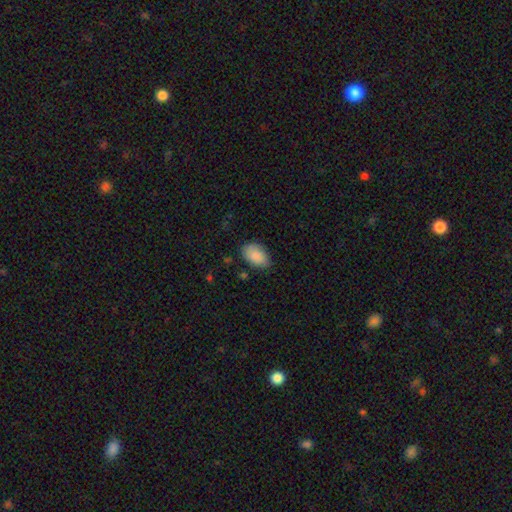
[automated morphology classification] smooth-or-featured: smooth: 88% | star or artifact: 6% | featured or disk: 6%
  how-rounded: in between: 91% | round: 7% | cigar-shaped: 1%
  merging: none: 73% | minor disturbance: 22% | major disturbance: 4% | merger: 2%